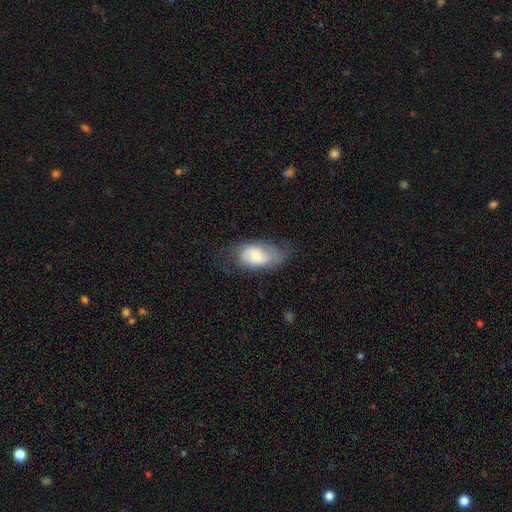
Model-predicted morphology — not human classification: Smooth or featured? Predicted: smooth (p=0.58). How rounded? Predicted: in between (p=0.91). Merging? Predicted: none (p=0.53).